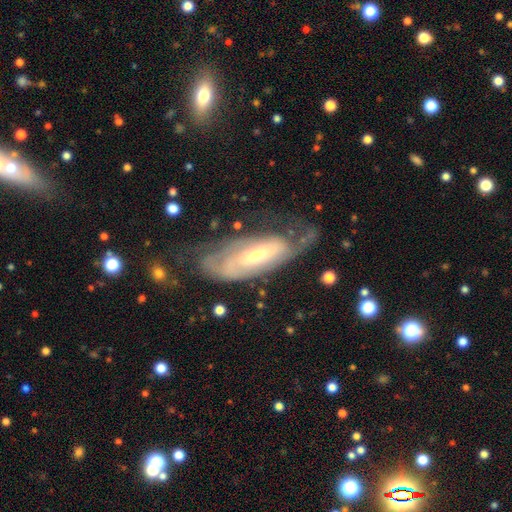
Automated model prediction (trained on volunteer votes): The model was most divided on "spiral arm count": can't tell: 42%, 2: 39%, 1: 8%, 3: 6%, 4: 3%, more than 4: 2%. Remaining: spiral arms — yes (88%); edge-on disk — no (87%); smooth or featured — featured or disk (78%); spiral winding — tight (54%); merging — none (54%); bulge size — small (52%); bar — no (47%).